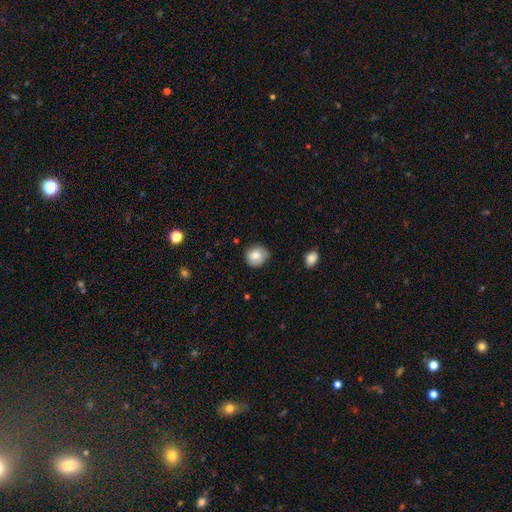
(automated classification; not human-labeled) This appears to be a smooth galaxy with no disk features (79%) that is round (78%). Merging: none (73%).